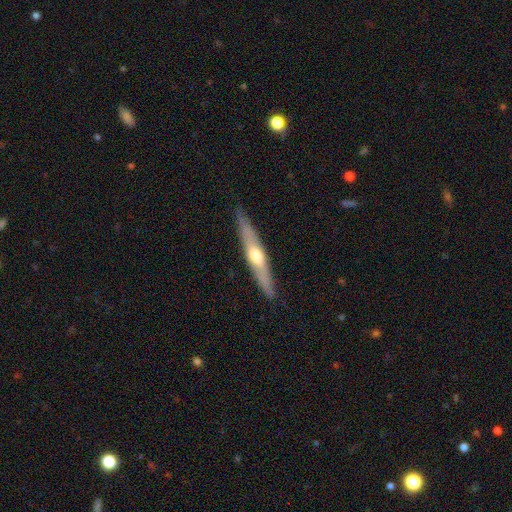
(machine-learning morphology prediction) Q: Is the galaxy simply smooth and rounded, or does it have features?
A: featured or disk — 62%.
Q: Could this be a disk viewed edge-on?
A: yes — 93%.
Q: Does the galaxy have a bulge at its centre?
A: rounded — 87%.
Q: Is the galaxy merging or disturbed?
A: none — 87%.